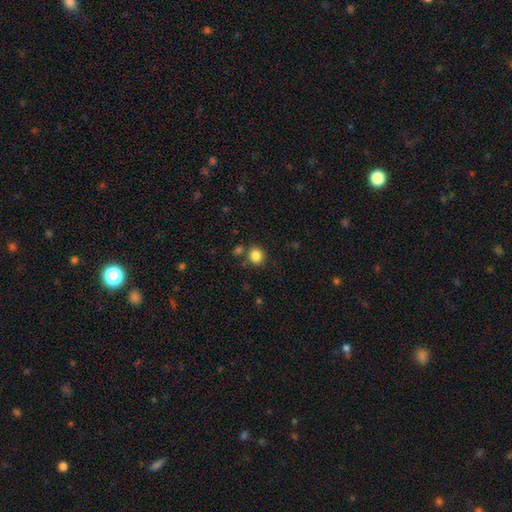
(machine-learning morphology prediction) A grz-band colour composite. It shows a smooth galaxy with no disk features (85%) that is round (78%). Merging: none (79%).